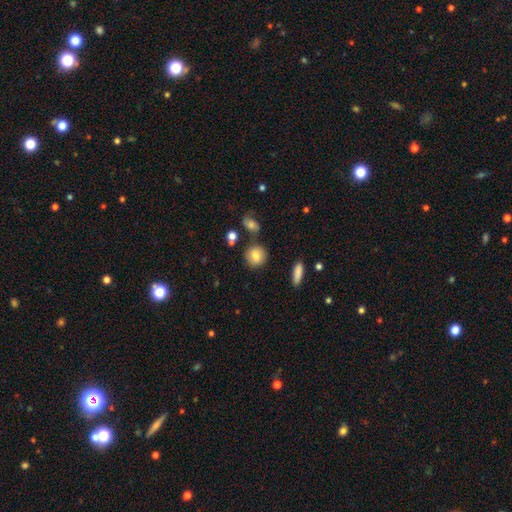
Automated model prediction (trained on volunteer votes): smooth-or-featured: smooth: 80% | featured or disk: 10% | star or artifact: 9%
  how-rounded: round: 86% | in between: 13% | cigar-shaped: 2%
  merging: none: 80% | minor disturbance: 11% | merger: 6% | major disturbance: 3%